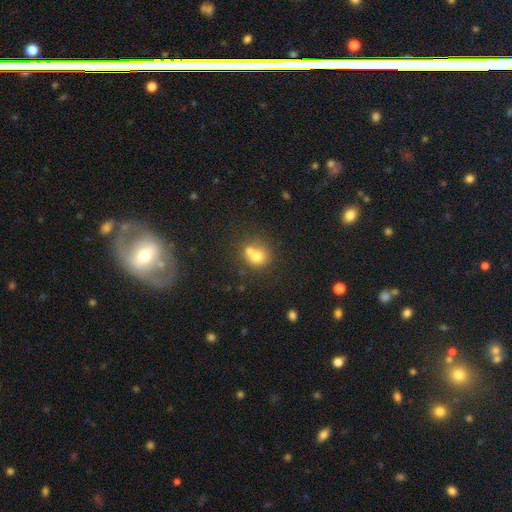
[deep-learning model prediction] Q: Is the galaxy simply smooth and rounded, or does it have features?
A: smooth — 69%.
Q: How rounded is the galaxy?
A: round — 78%.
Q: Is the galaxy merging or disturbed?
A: merger — 52%.